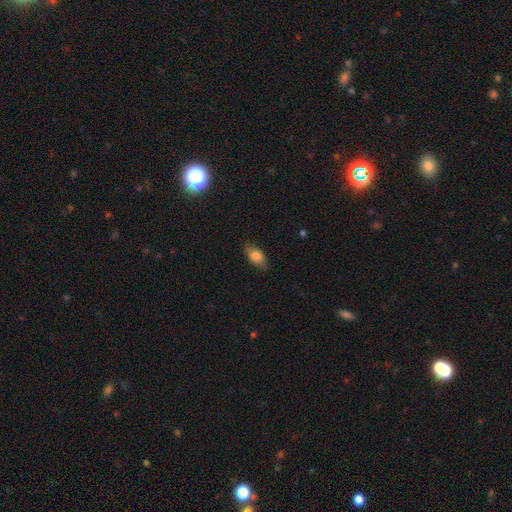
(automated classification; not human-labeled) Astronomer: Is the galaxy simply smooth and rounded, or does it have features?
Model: smooth — 80%.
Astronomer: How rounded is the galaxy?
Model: in between — 85%.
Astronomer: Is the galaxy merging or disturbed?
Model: none — 78%.